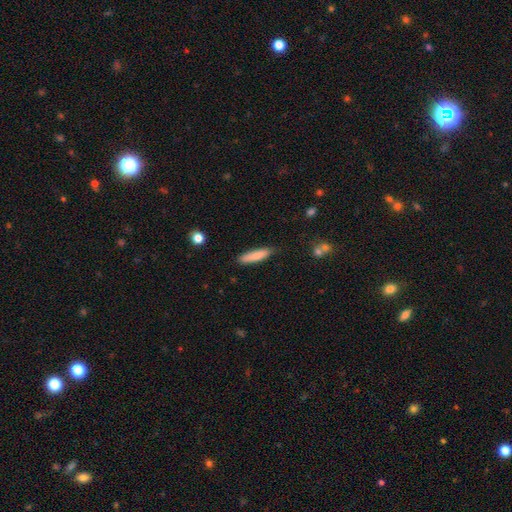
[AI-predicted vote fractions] Smooth or featured? smooth (84%)
How rounded? cigar-shaped (78%)
Merging? none (84%)